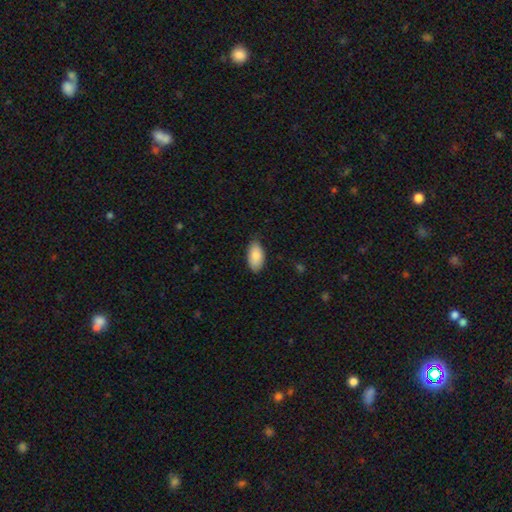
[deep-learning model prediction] smooth 85%, featured or disk 8%, star or artifact 6%. Down the decision tree: how rounded — in between (95%); merging — none (77%).